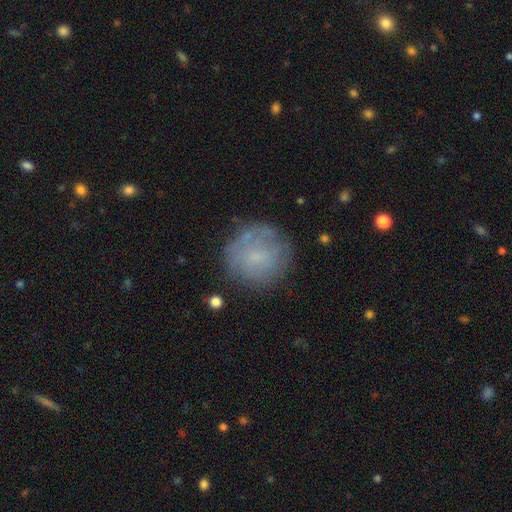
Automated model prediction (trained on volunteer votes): This is likely a smooth galaxy (62%). How rounded: clearly round (92%). Merging: likely none (73%).